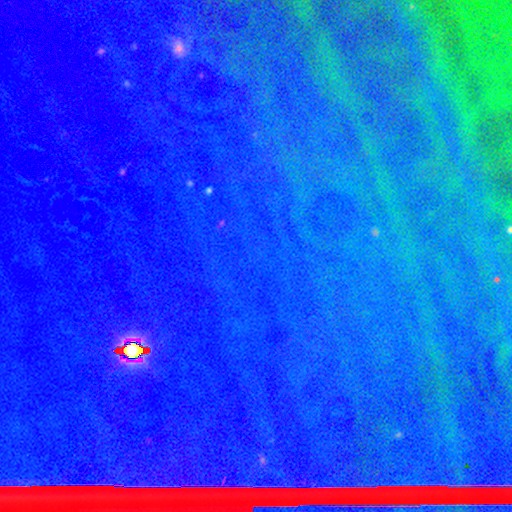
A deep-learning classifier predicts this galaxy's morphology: A star or artifact, not a galaxy (86%).